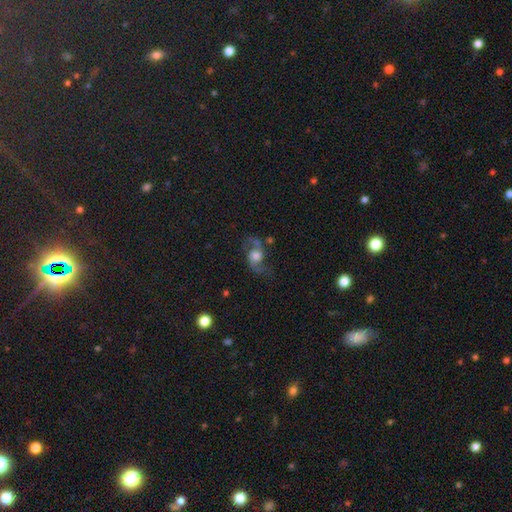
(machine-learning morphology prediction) Smooth or featured: featured or disk — 76% (smooth — 15%)
Edge-on disk: no — 95% (yes — 5%)
Bar: no — 66% (weak — 29%)
Spiral arms: yes — 93% (no — 7%)
Spiral winding: loose — 69% (medium — 26%)
Spiral arm count: 2 — 92% (1 — 3%)
Bulge size: large — 40% (moderate — 39%)
Merging: none — 66% (minor disturbance — 17%)